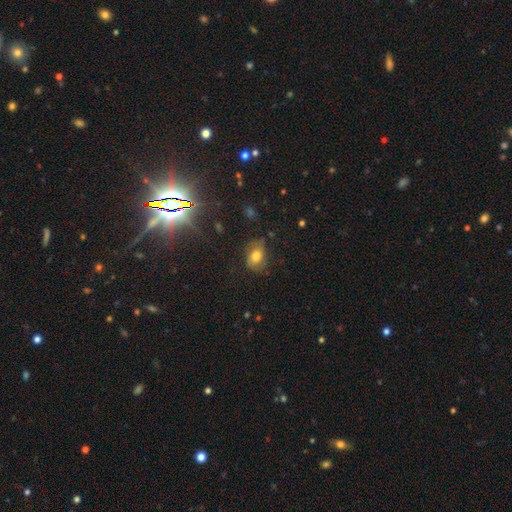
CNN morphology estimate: Smooth or featured? smooth (70%)
How rounded? in between (72%)
Merging? none (62%)